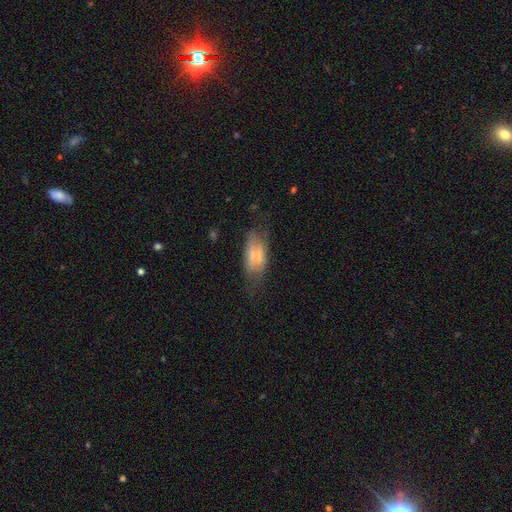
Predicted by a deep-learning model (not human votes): Smooth or featured?
  - smooth: 58% *
  - featured or disk: 31%
  - star or artifact: 10%
How rounded?
  - in between: 82% *
  - cigar-shaped: 15%
  - round: 4%
Merging?
  - none: 46% *
  - minor disturbance: 30%
  - major disturbance: 20%
  - merger: 4%